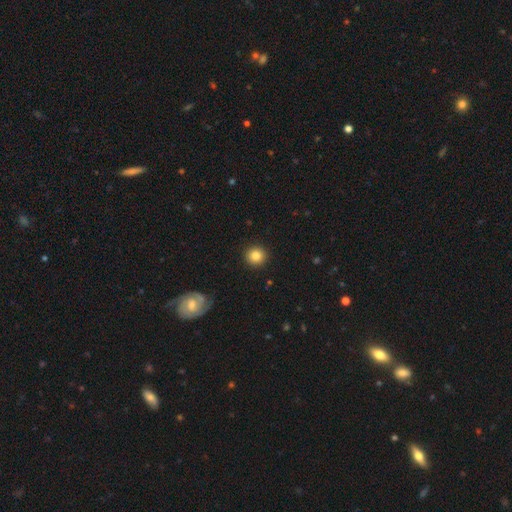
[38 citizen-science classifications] This is likely a smooth galaxy (79%). How rounded: clearly round (97%). Merging: clearly none (82%).